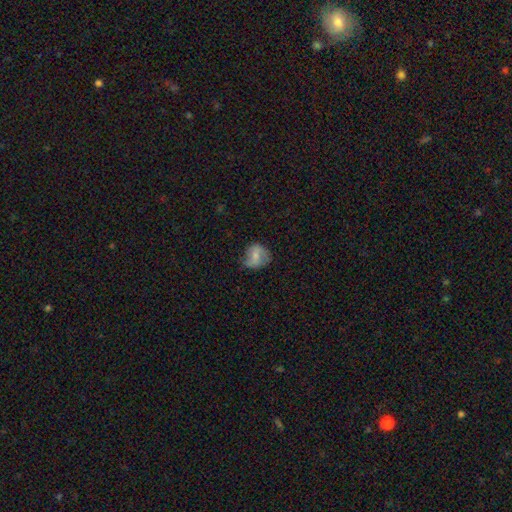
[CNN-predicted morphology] Smooth or featured? smooth (61%)
How rounded? round (68%)
Merging? none (60%)